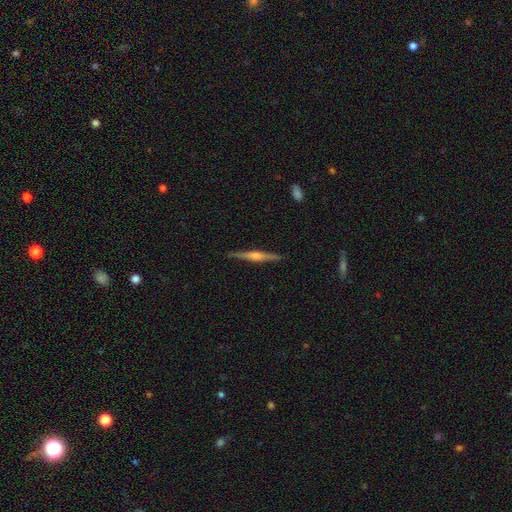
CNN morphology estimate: Smooth or featured? Predicted: featured or disk (p=0.74). Edge-on disk? Predicted: yes (p=0.98). Edge-on bulge? Predicted: rounded (p=0.72). Merging? Predicted: none (p=0.90).